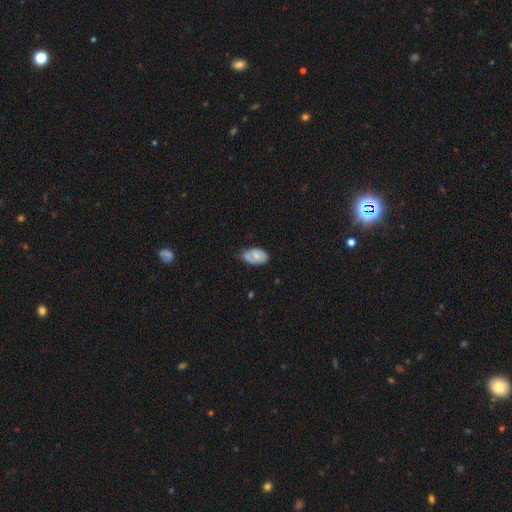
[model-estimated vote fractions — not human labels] A smooth galaxy with no disk features (65%) that is in between round and cigar-shaped (91%). Merging: none (49%).